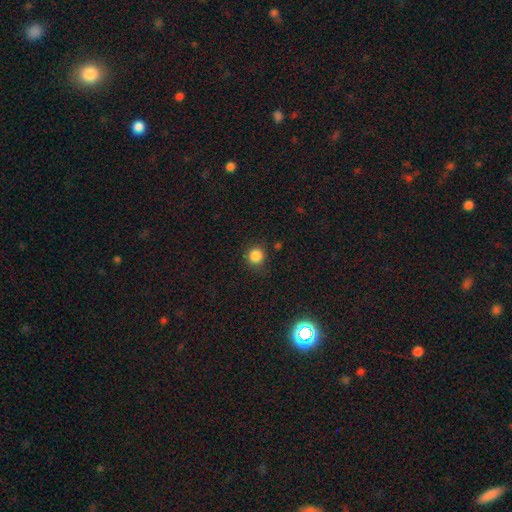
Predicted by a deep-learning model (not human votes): smooth-or-featured: smooth: 84% | star or artifact: 12% | featured or disk: 4%
  how-rounded: round: 92% | in between: 7% | cigar-shaped: 1%
  merging: none: 86% | minor disturbance: 10% | major disturbance: 3% | merger: 2%